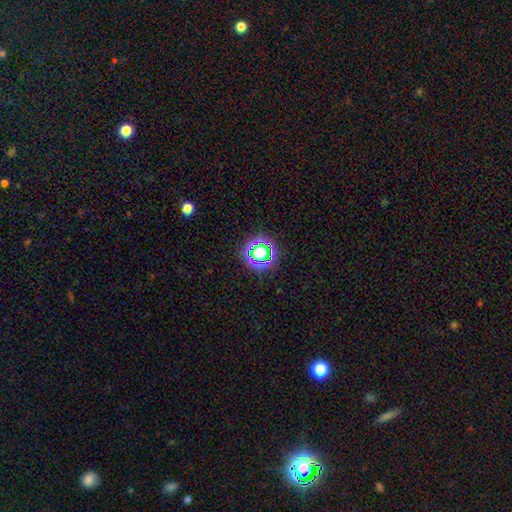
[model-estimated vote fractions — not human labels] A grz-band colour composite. It shows a star or artifact, not a galaxy (46%).